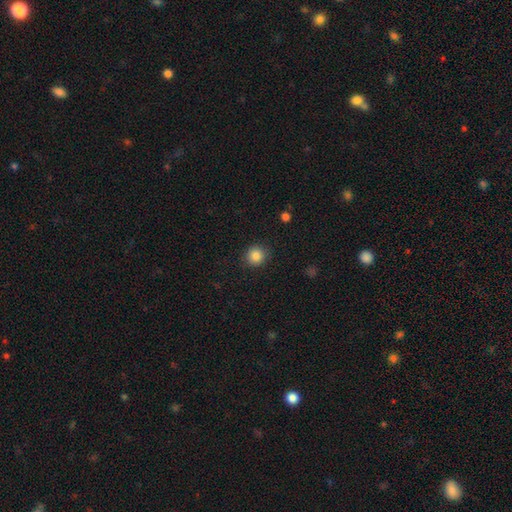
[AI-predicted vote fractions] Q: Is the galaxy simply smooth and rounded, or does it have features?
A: smooth — 86%.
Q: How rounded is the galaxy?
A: round — 90%.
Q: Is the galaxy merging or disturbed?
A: none — 90%.